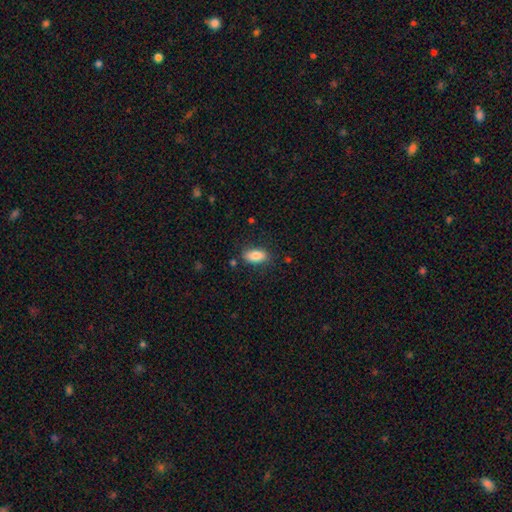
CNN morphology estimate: A smooth galaxy with no disk features (84%) that is in between round and cigar-shaped (90%).

Vote fractions:
- Smooth or featured? smooth: 84% / featured or disk: 9% / star or artifact: 7%
- How rounded? in between: 90% / cigar-shaped: 6% / round: 4%
- Merging? none: 81% / minor disturbance: 13% / major disturbance: 3% / merger: 2%